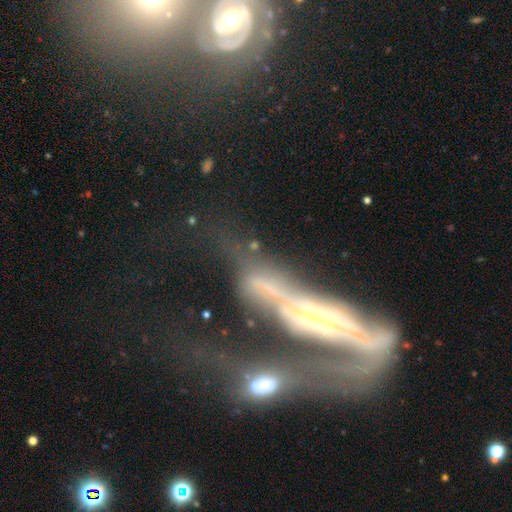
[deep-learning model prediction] Morphology: type=featured or disk (74%); edge-on=no (64%); merging=merger (54%).